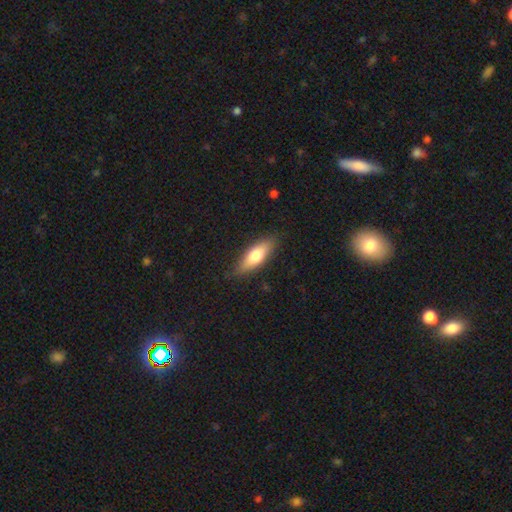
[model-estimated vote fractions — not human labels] A smooth galaxy with no disk features (68%) that is in between round and cigar-shaped (60%). Merging: none (84%).